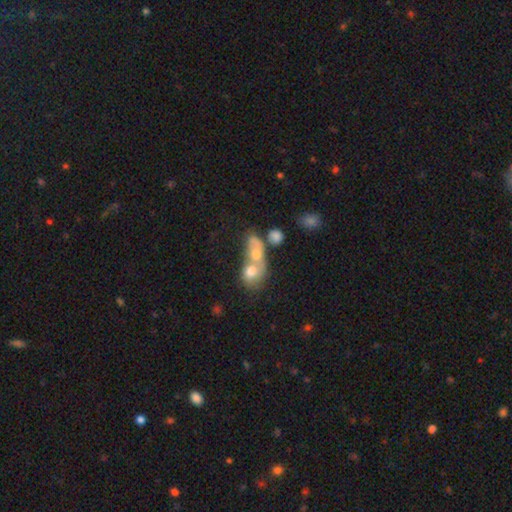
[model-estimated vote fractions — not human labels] This appears to be a smooth galaxy with no disk features (57%) that is in between round and cigar-shaped (52%). Merging: merger (73%).